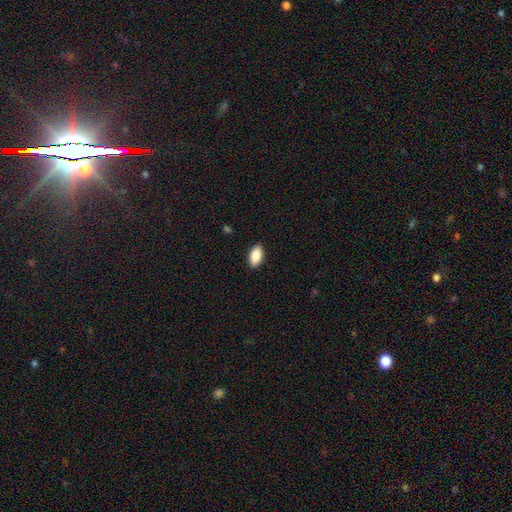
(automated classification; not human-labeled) A smooth galaxy with no disk features (89%) that is in between round and cigar-shaped (93%).

Vote fractions:
- Smooth or featured? smooth: 89% / star or artifact: 7% / featured or disk: 5%
- How rounded? in between: 93% / cigar-shaped: 4% / round: 3%
- Merging? none: 89% / minor disturbance: 8% / major disturbance: 2% / merger: 1%